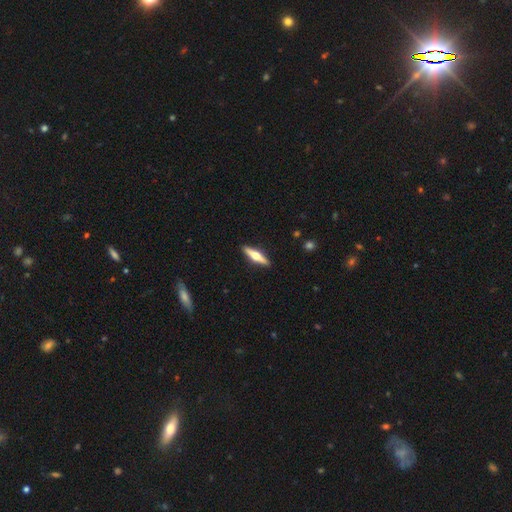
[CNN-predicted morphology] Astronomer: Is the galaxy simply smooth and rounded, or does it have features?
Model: featured or disk — 65%.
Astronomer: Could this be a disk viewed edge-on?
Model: yes — 96%.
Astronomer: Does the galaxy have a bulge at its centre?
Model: rounded — 95%.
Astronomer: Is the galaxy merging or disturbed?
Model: none — 91%.